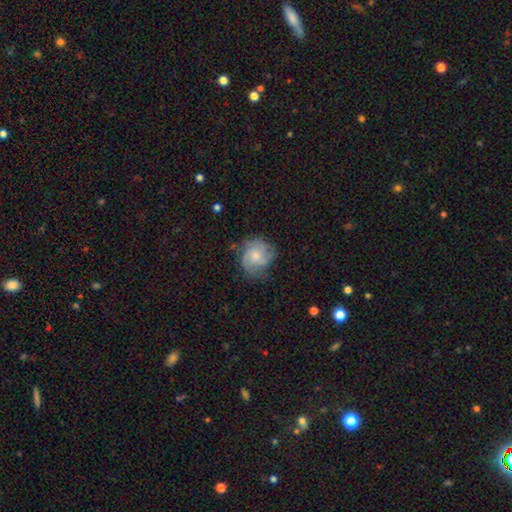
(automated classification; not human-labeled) A featured or disk galaxy (66%) with no bar (75%), 3 (34%) tight (43%) spiral arms (91%) and a small central bulge (54%).

Vote fractions:
- Smooth or featured? featured or disk: 66% / smooth: 27% / star or artifact: 7%
- Edge-on disk? no: 98% / yes: 2%
- Bar? no: 75% / weak: 22% / strong: 3%
- Spiral arms? yes: 91% / no: 9%
- Spiral winding? tight: 43% / medium: 42% / loose: 15%
- Spiral arm count? 3: 34% / can't tell: 25% / 2: 21% / 4: 10% / 1: 5% / more than 4: 5%
- Bulge size? small: 54% / moderate: 38% / none: 4% / large: 3% / dominant: 1%
- Merging? none: 65% / minor disturbance: 23% / major disturbance: 10% / merger: 2%